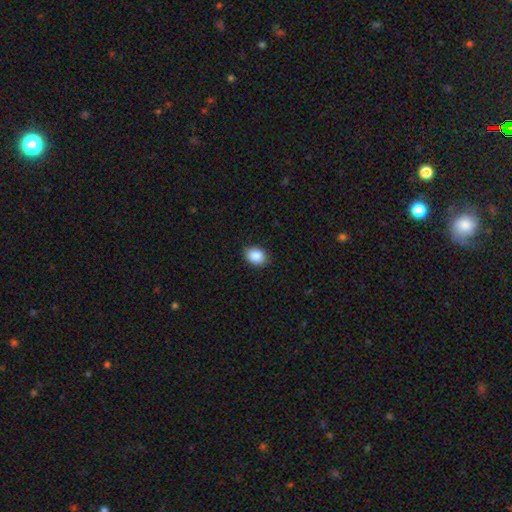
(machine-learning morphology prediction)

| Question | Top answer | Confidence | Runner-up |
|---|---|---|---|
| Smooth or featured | smooth | 88% | star or artifact (8%) |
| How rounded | in between | 68% | round (31%) |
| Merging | none | 87% | minor disturbance (10%) |